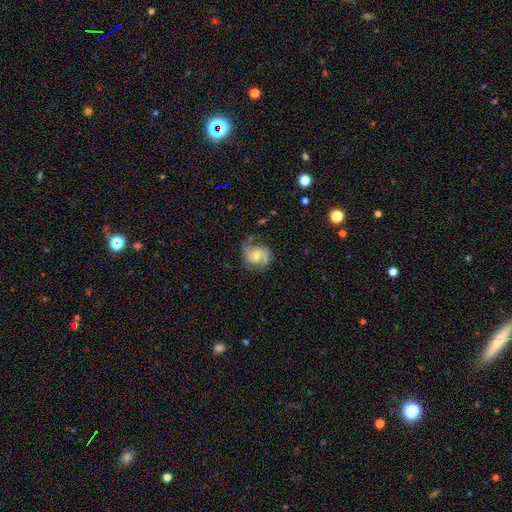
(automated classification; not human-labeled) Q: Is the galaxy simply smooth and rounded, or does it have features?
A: featured or disk — 79%.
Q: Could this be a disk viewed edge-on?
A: no — 98%.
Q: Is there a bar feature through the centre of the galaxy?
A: no — 57%.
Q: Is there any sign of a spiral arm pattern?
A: yes — 95%.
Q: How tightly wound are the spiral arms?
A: medium — 49%.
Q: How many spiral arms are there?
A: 2 — 87%.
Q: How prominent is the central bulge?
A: moderate — 53%.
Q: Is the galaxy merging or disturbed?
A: none — 72%.